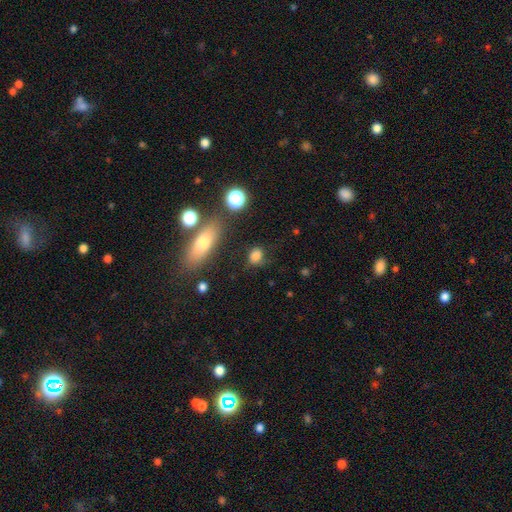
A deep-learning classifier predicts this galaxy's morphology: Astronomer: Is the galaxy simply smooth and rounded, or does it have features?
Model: smooth — 79%.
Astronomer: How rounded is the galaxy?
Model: round — 56% (runner-up: in between, 41%).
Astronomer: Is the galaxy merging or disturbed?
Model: none — 69%.